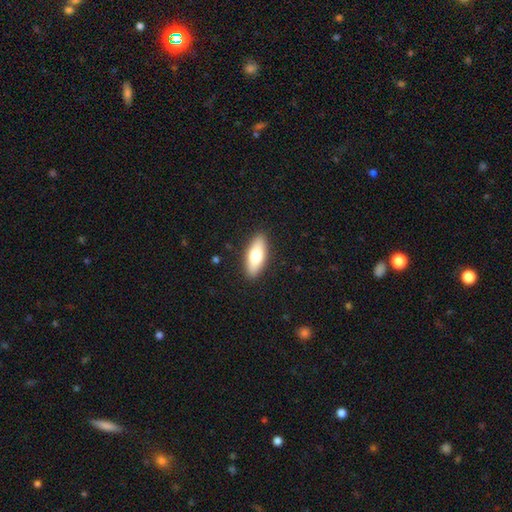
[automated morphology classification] smooth_or_featured: smooth (p=0.70) [alt: featured or disk p=0.24]
how_rounded: in between (p=0.69) [alt: cigar-shaped p=0.28]
merging: none (p=0.89) [alt: minor disturbance p=0.08]